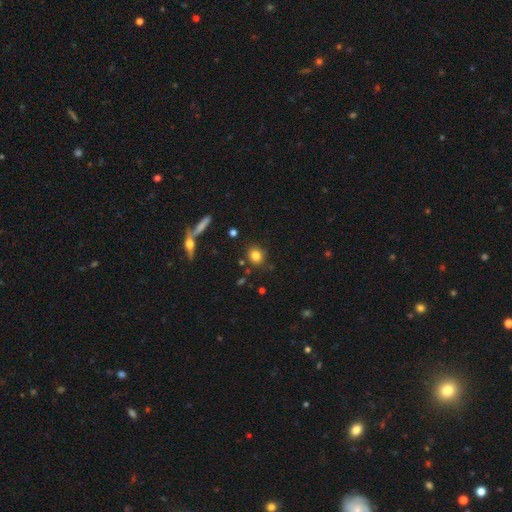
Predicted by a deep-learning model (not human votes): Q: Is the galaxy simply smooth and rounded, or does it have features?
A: smooth — 81%.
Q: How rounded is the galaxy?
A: round — 72%.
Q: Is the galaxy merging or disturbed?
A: none — 82%.